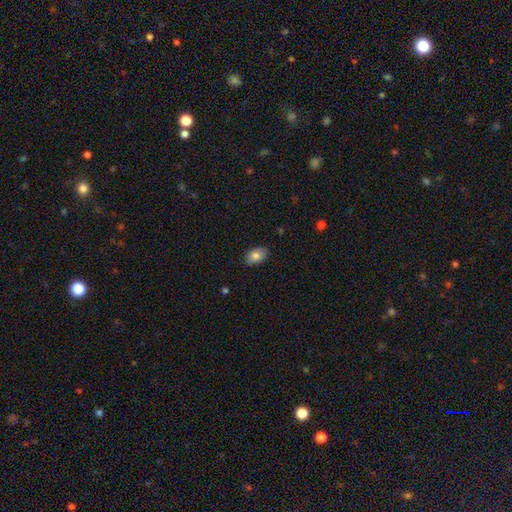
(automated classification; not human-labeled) smooth 83%, featured or disk 9%, star or artifact 7%. Down the decision tree: how rounded — in between (87%); merging — none (84%).